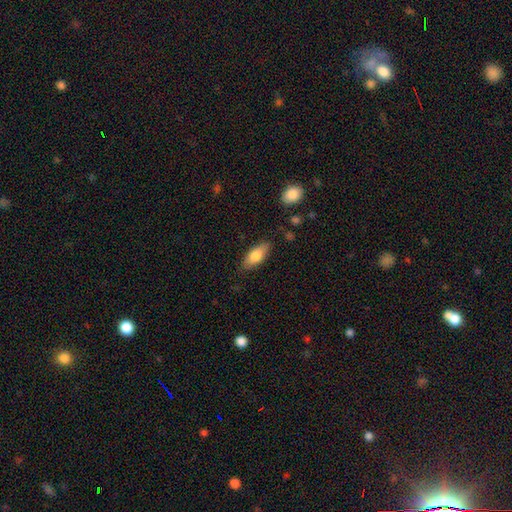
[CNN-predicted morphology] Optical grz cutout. It shows a smooth galaxy with no disk features (77%) that is in between round and cigar-shaped (77%). Merging: none (83%).